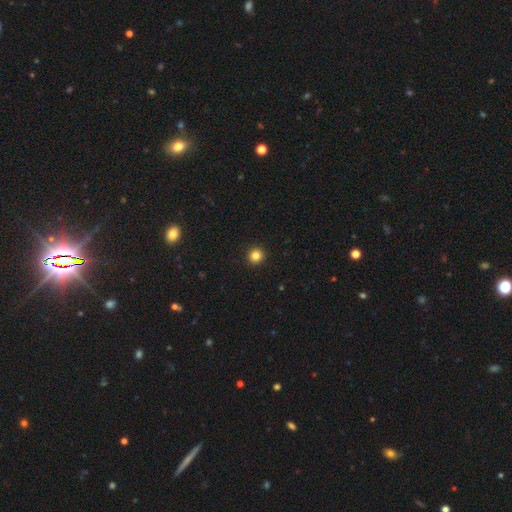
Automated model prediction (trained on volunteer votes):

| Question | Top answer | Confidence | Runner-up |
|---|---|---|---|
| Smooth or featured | smooth | 84% | star or artifact (12%) |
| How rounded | round | 95% | in between (4%) |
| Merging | none | 94% | minor disturbance (4%) |